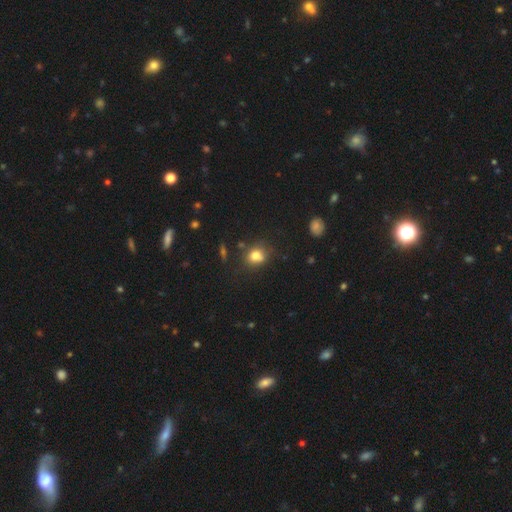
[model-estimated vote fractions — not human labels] A smooth galaxy with no disk features (78%) that is round (65%).

Vote fractions:
- Smooth or featured? smooth: 78% / star or artifact: 13% / featured or disk: 10%
- How rounded? round: 65% / in between: 34% / cigar-shaped: 1%
- Merging? none: 65% / minor disturbance: 19% / merger: 10% / major disturbance: 6%